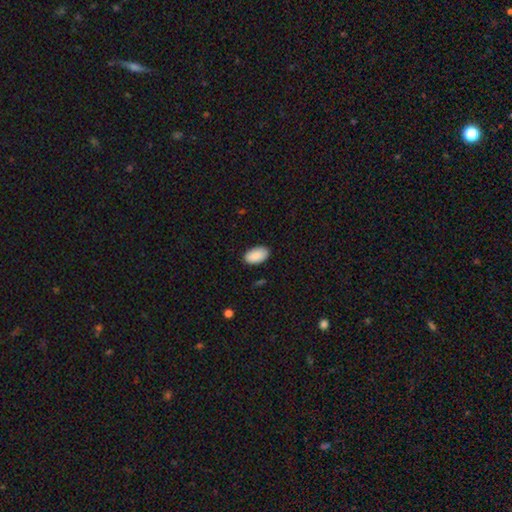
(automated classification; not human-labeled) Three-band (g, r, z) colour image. It shows a smooth galaxy with no disk features (91%) that is in between round and cigar-shaped (95%). Merging: none (87%).